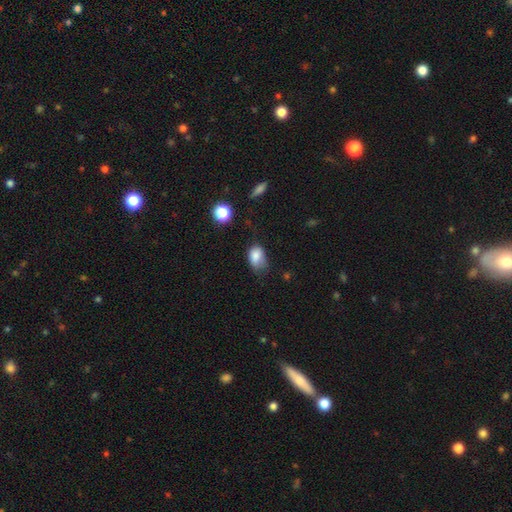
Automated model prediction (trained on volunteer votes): This is clearly a smooth galaxy (82%). How rounded: likely in between (78%). Merging: marginally minor disturbance (42%).